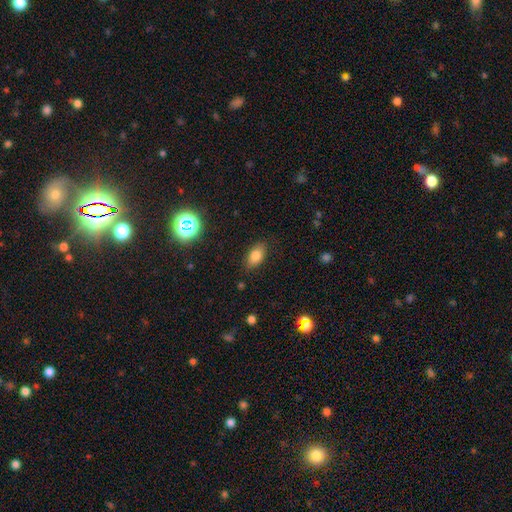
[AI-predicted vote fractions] smooth 79%, star or artifact 12%, featured or disk 9%. Down the decision tree: how rounded — in between (88%); merging — none (84%).